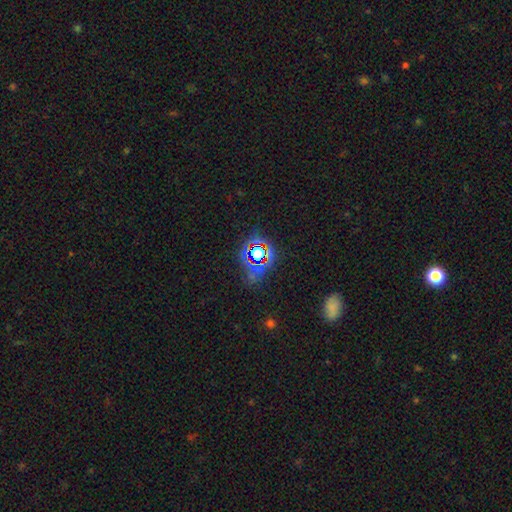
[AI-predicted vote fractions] Overall: star or artifact (65%).